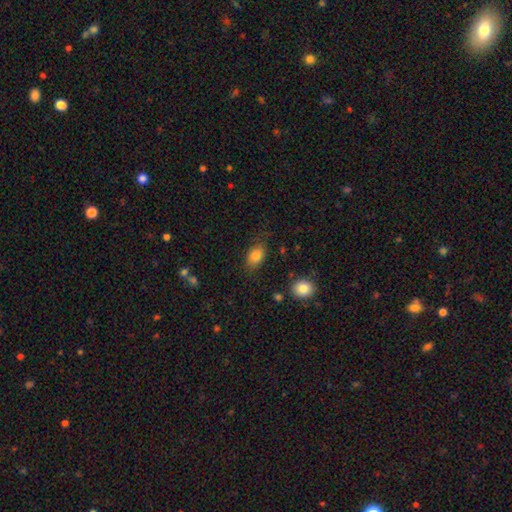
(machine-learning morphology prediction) A smooth galaxy with no disk features (82%) that is in between round and cigar-shaped (84%). Merging: none (75%).